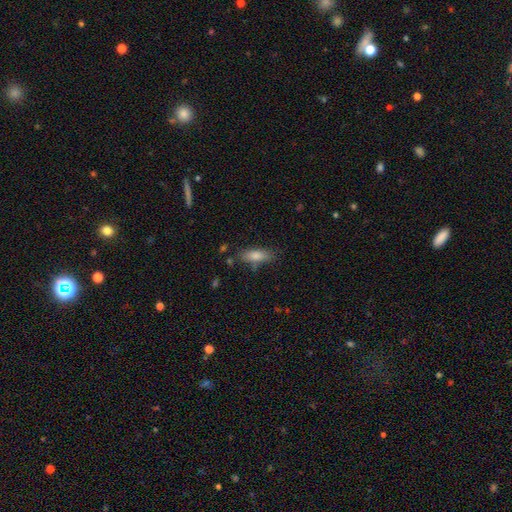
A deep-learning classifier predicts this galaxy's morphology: Q: Smooth or featured?
A: smooth (74%); runner-up: featured or disk (16%)
Q: How rounded?
A: in between (52%); runner-up: cigar-shaped (46%)
Q: Merging?
A: none (78%); runner-up: minor disturbance (15%)